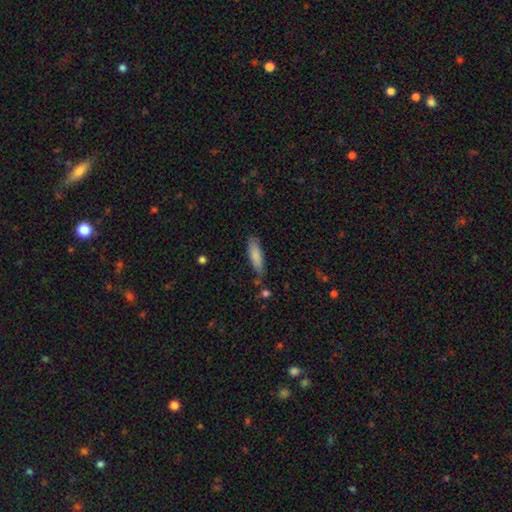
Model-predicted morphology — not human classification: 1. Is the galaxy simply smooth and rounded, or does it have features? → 84% smooth, 10% featured or disk, 6% star or artifact.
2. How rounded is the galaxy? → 53% cigar-shaped, 45% in between, 2% round.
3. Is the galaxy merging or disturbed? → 74% none, 18% minor disturbance, 4% merger, 4% major disturbance.